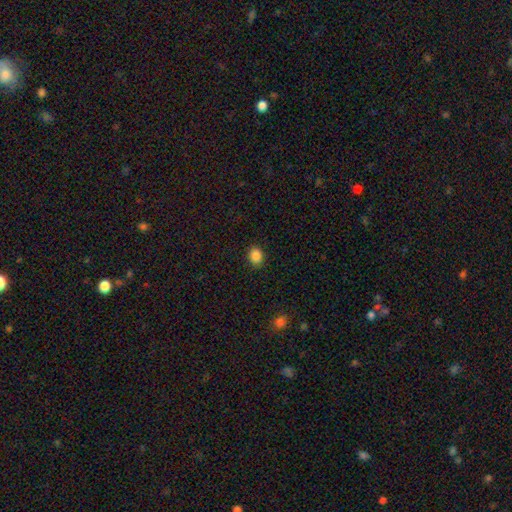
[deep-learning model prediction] The model was most divided on "how rounded": in between: 50%, round: 49%, cigar-shaped: 1%. More confident: merging — none (89%); smooth or featured — smooth (87%).